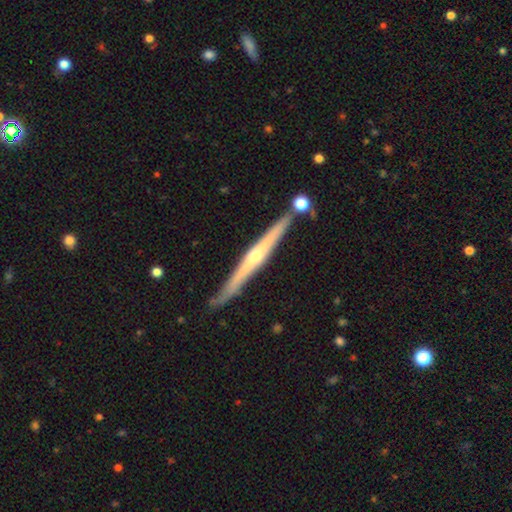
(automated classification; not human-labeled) featured or disk 75%, smooth 20%, star or artifact 5%. Down the decision tree: edge-on disk — yes (97%); edge-on bulge — rounded (76%); merging — none (82%).